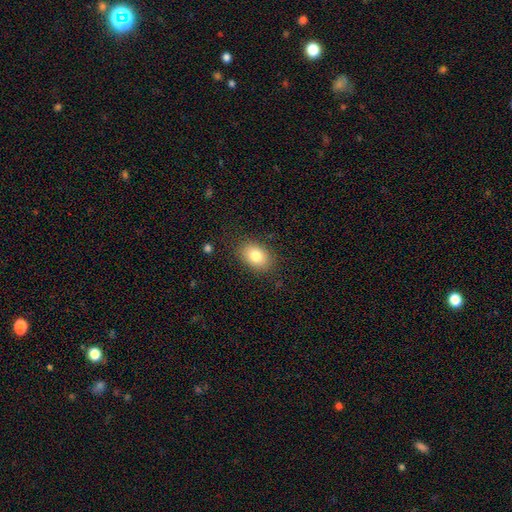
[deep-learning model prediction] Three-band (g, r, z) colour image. It shows a smooth galaxy with no disk features (80%) that is in between round and cigar-shaped (80%). Merging: none (84%).